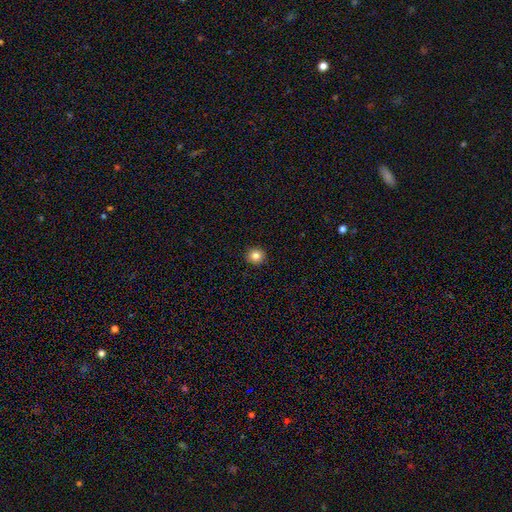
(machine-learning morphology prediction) A smooth galaxy with no disk features (84%) that is round (93%). Merging: none (93%).